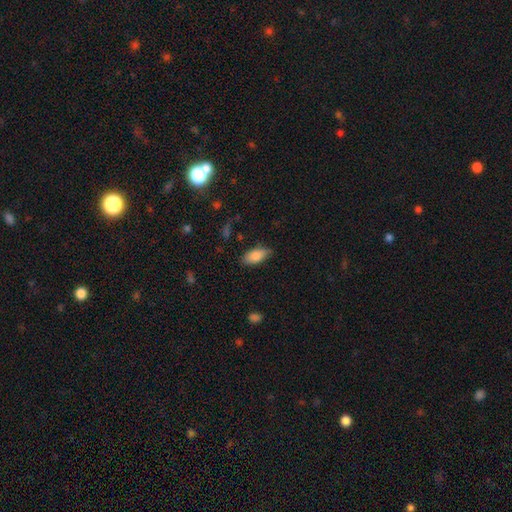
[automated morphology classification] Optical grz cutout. It shows a smooth galaxy with no disk features (82%) that is in between round and cigar-shaped (89%). Merging: none (79%).